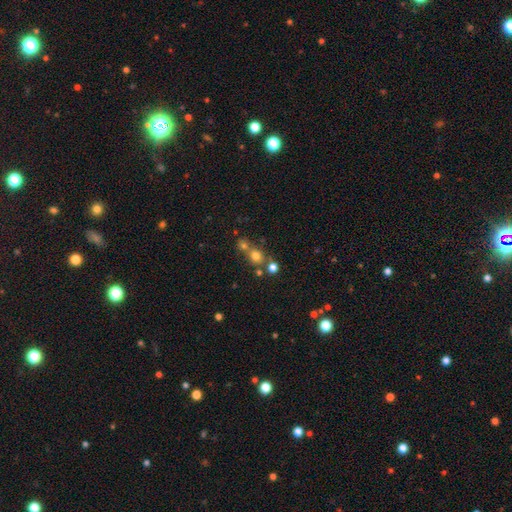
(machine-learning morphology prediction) This appears to be a smooth galaxy with no disk features (69%) that is round (83%). Merging: none (54%).